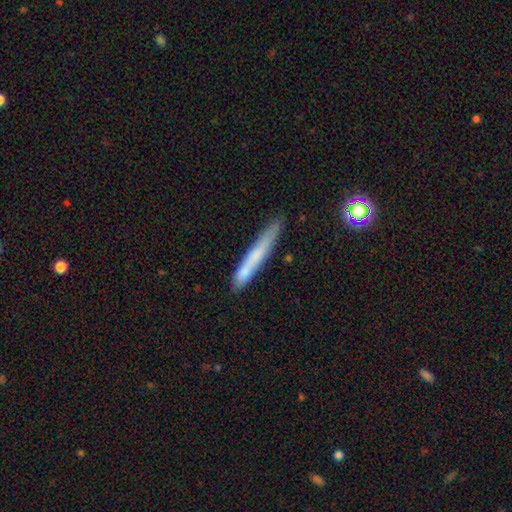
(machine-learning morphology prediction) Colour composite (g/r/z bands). It shows a smooth galaxy with no disk features (63%) that is cigar-shaped (95%). Merging: none (73%).